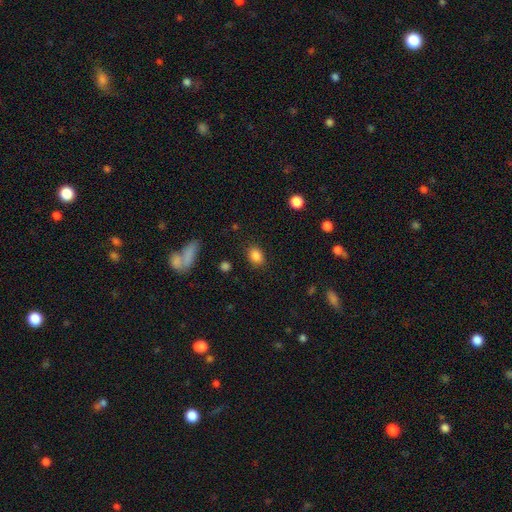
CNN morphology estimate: Overall: smooth (85%). How rounded: in between (57%; round 41%). Merging: none (85%).